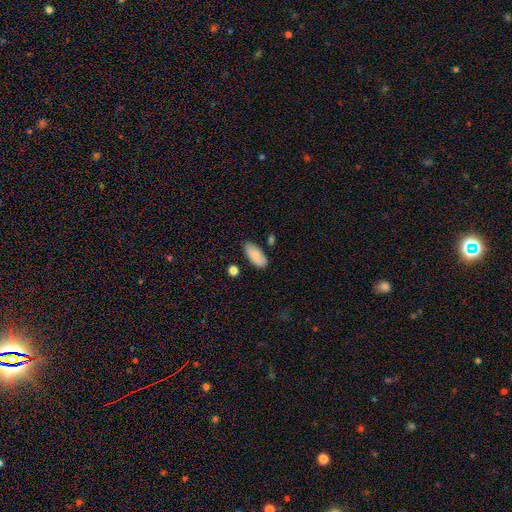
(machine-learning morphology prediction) smooth_or_featured: smooth (p=0.83) [alt: featured or disk p=0.10]
how_rounded: in between (p=0.91) [alt: cigar-shaped p=0.06]
merging: none (p=0.73) [alt: minor disturbance p=0.20]